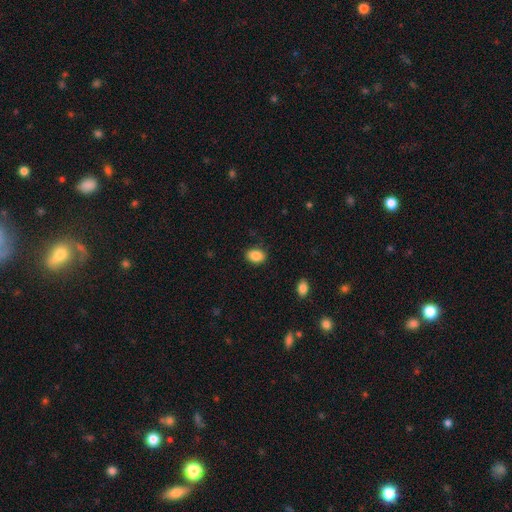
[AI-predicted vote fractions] Q: Smooth or featured?
A: smooth (87%); runner-up: star or artifact (8%)
Q: How rounded?
A: in between (75%); runner-up: round (24%)
Q: Merging?
A: none (85%); runner-up: minor disturbance (11%)